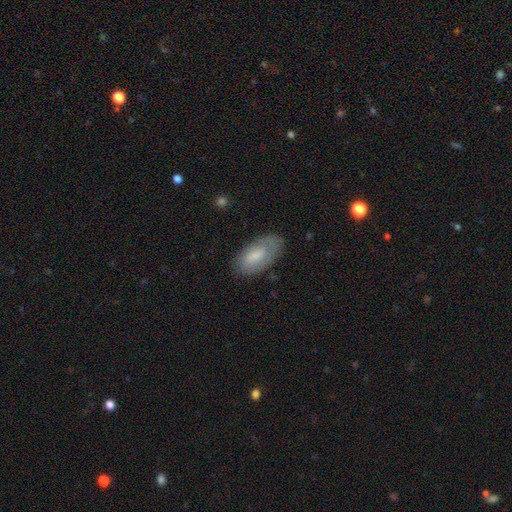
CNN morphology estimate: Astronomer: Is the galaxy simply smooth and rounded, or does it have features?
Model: smooth — 67%.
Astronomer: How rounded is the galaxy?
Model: in between — 92%.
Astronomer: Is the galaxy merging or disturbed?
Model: none — 73%.